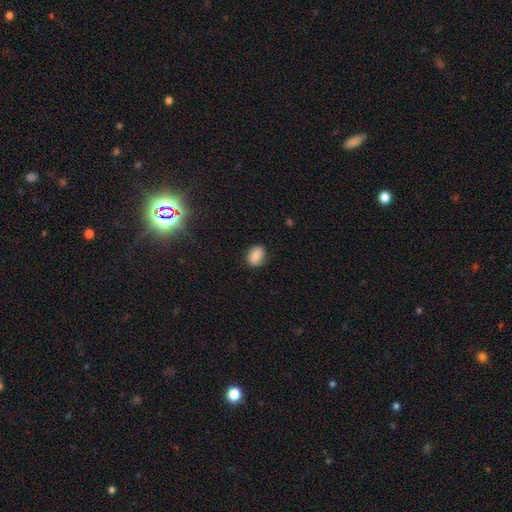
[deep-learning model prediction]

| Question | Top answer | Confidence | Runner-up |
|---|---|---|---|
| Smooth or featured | smooth | 83% | featured or disk (9%) |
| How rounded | in between | 63% | round (36%) |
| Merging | none | 82% | minor disturbance (14%) |